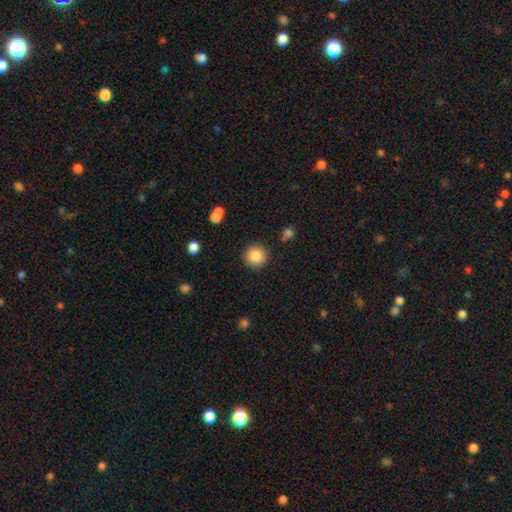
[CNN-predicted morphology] Smooth or featured? Predicted: smooth (p=0.85). How rounded? Predicted: round (p=0.94). Merging? Predicted: none (p=0.90).